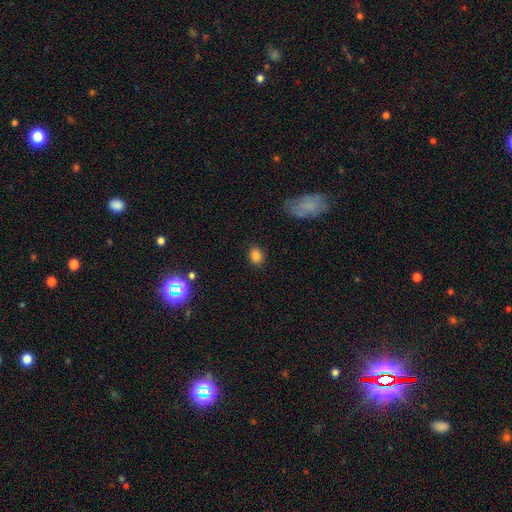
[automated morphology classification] Overall: smooth (85%). How rounded: in between (57%; round 42%). Merging: none (86%).